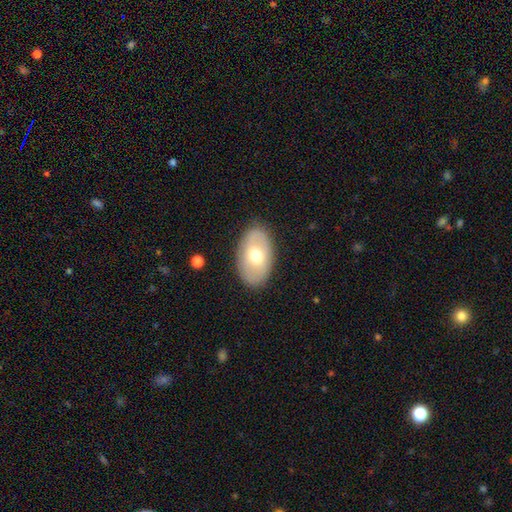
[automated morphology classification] This appears to be a smooth galaxy with no disk features (57%) that is in between round and cigar-shaped (90%). Merging: none (84%).